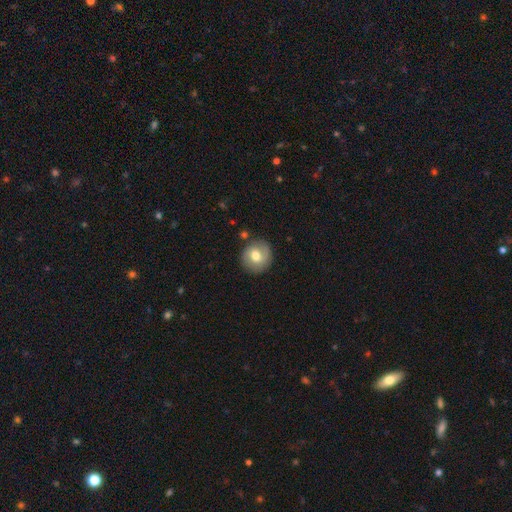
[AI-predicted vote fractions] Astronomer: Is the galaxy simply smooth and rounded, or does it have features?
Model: smooth — 66%.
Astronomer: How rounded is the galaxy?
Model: round — 90%.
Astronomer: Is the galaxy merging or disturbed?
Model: none — 83%.